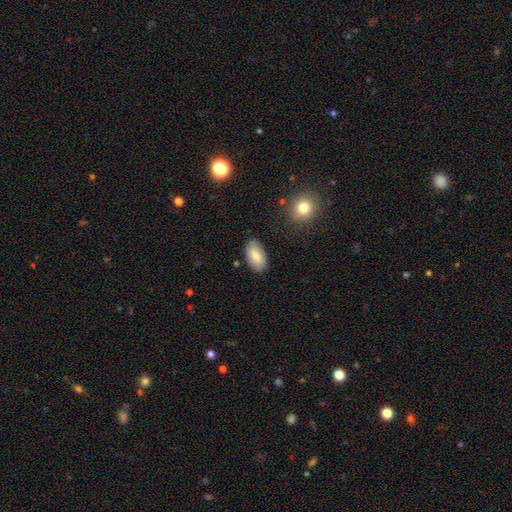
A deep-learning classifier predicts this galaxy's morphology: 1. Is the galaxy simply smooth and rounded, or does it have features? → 77% smooth, 16% featured or disk, 7% star or artifact.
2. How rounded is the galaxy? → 94% in between, 3% round, 2% cigar-shaped.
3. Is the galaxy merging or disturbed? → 82% none, 14% minor disturbance, 3% major disturbance, 2% merger.